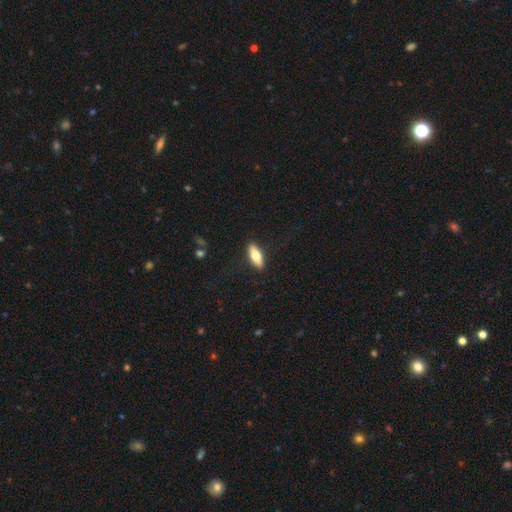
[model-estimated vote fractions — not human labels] This is likely a smooth galaxy (63%). How rounded: possibly in between (58%). Merging: clearly none (88%).